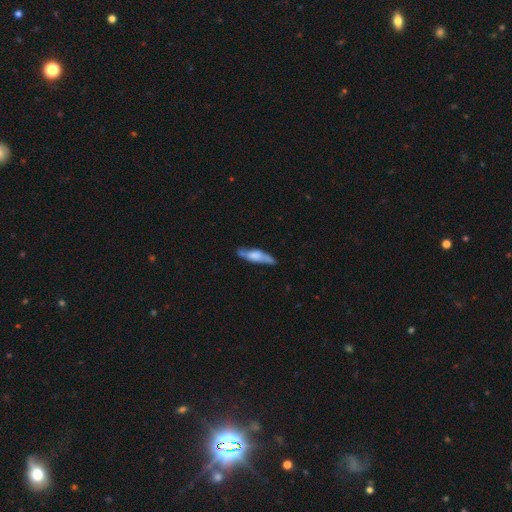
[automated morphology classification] The model was most divided on "smooth or featured" (2-way tie): smooth: 47%, featured or disk: 47%, star or artifact: 6%. More confident: merging — none (70%).